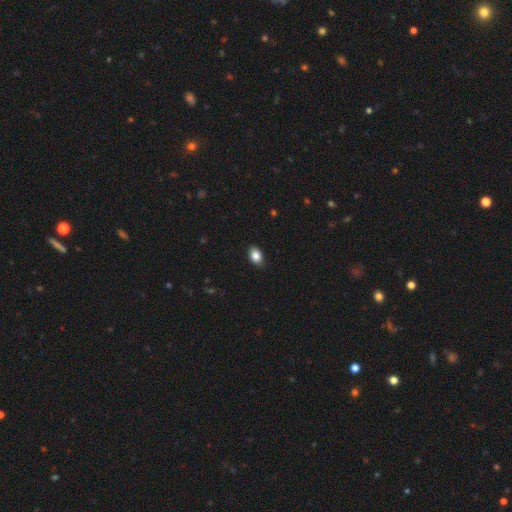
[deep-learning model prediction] Smooth or featured: smooth — 87% (star or artifact — 8%)
How rounded: in between — 82% (round — 16%)
Merging: none — 87% (minor disturbance — 10%)